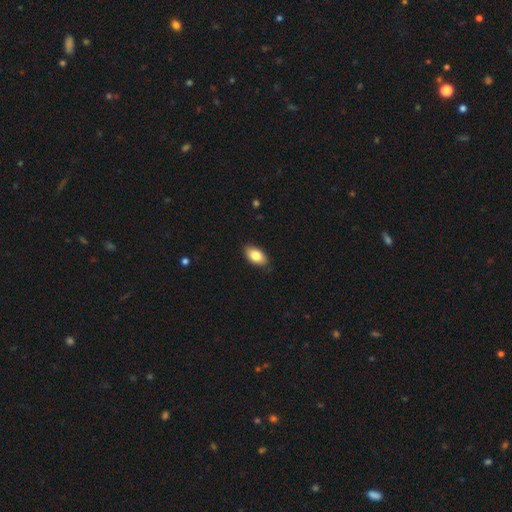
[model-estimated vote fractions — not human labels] smooth-or-featured: smooth: 82% | featured or disk: 11% | star or artifact: 7%
  how-rounded: in between: 93% | round: 5% | cigar-shaped: 3%
  merging: none: 86% | minor disturbance: 11% | major disturbance: 2% | merger: 1%